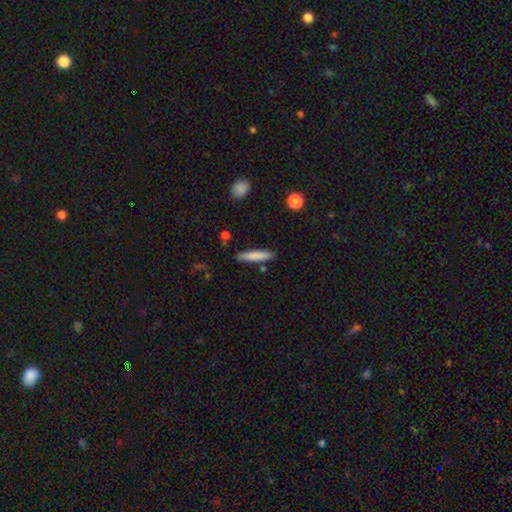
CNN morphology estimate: The model was most divided on "smooth or featured": smooth: 80%, featured or disk: 14%, star or artifact: 6%. More confident: how rounded — cigar-shaped (87%); merging — none (85%).